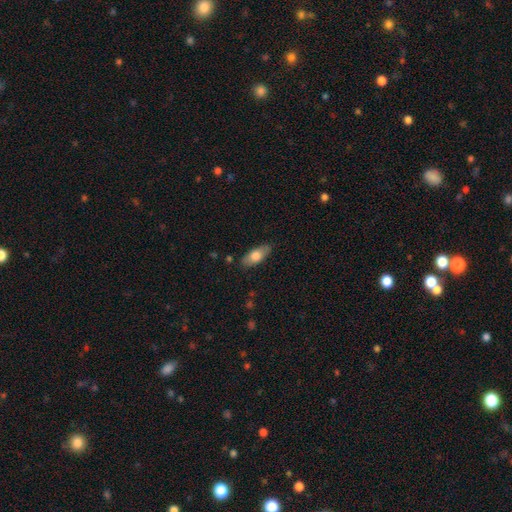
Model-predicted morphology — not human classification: The model was most divided on "smooth or featured": smooth: 72%, featured or disk: 22%, star or artifact: 6%. More confident: merging — none (83%); how rounded — in between (82%).